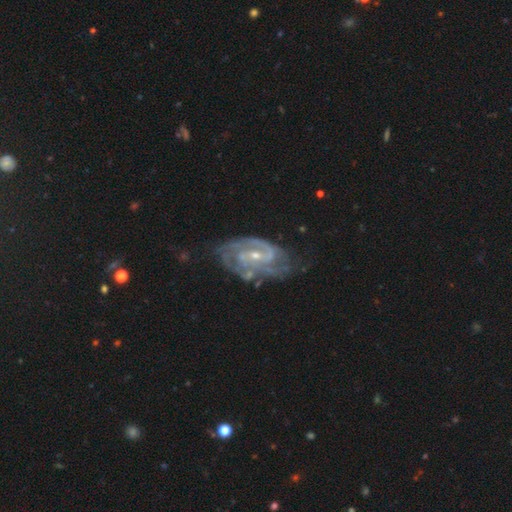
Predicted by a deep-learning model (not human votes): Morphology: type=featured or disk (91%); edge-on=no (97%); bar=weak (45%); spiral arms=yes (97%); winding=tight (51%); arm count=2 (62%); bulge=small (67%); merging=none (61%).